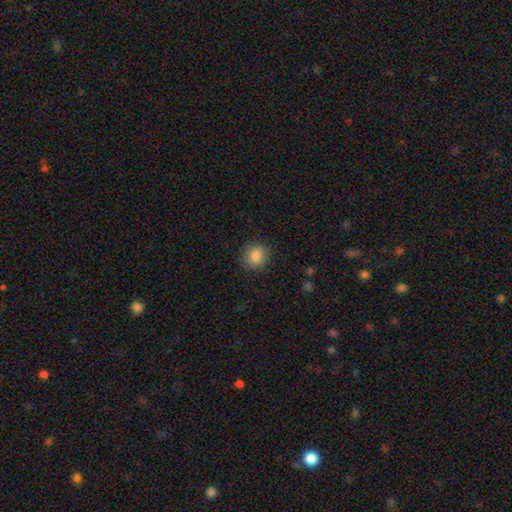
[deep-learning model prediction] This appears to be a smooth galaxy with no disk features (86%) that is round (82%). Merging: none (87%).